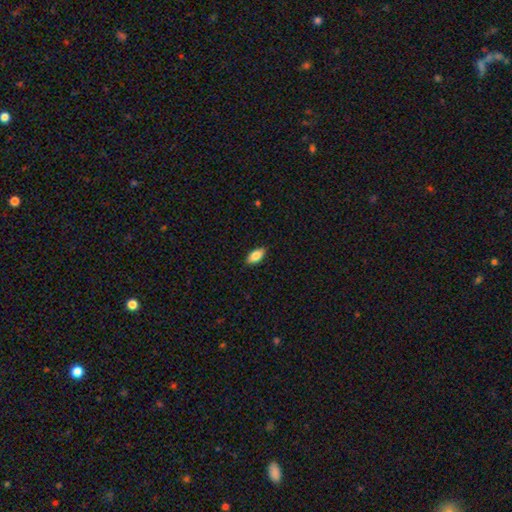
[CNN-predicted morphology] smooth-or-featured: smooth: 83% | featured or disk: 10% | star or artifact: 7%
  how-rounded: in between: 89% | cigar-shaped: 8% | round: 3%
  merging: none: 87% | minor disturbance: 10% | major disturbance: 2% | merger: 1%